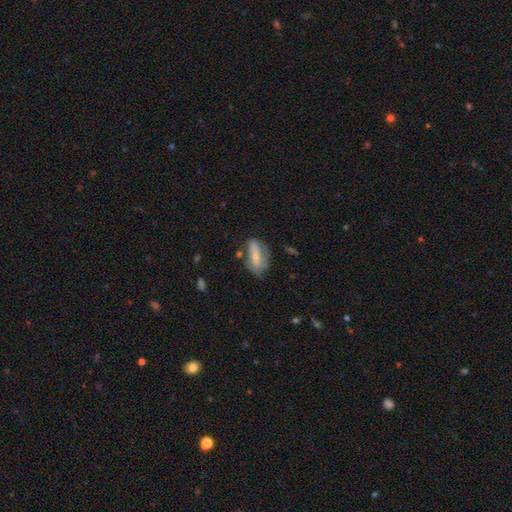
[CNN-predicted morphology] The model was most divided on "smooth or featured": smooth: 51%, featured or disk: 41%, star or artifact: 8%. Remaining: how rounded — in between (77%); merging — none (48%).